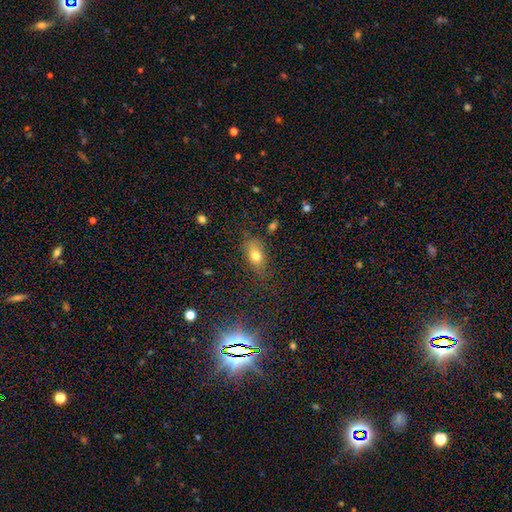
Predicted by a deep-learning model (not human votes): smooth_or_featured: smooth (p=0.76) [alt: featured or disk p=0.12]
how_rounded: in between (p=0.81) [alt: round p=0.13]
merging: none (p=0.70) [alt: minor disturbance p=0.20]